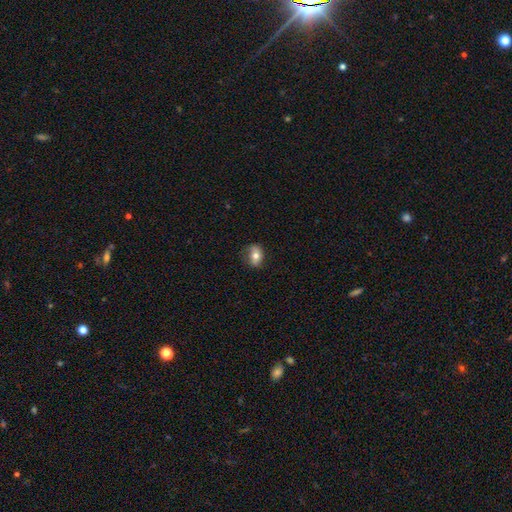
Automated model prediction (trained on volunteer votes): A smooth galaxy with no disk features (69%) that is in between round and cigar-shaped (74%).

Vote fractions:
- Smooth or featured? smooth: 69% / featured or disk: 23% / star or artifact: 8%
- How rounded? in between: 74% / round: 23% / cigar-shaped: 3%
- Merging? none: 71% / minor disturbance: 22% / major disturbance: 6% / merger: 1%